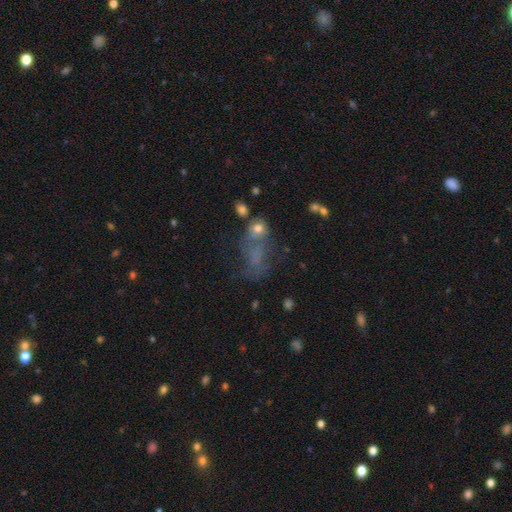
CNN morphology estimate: type=smooth (47%); merging=none (34%).